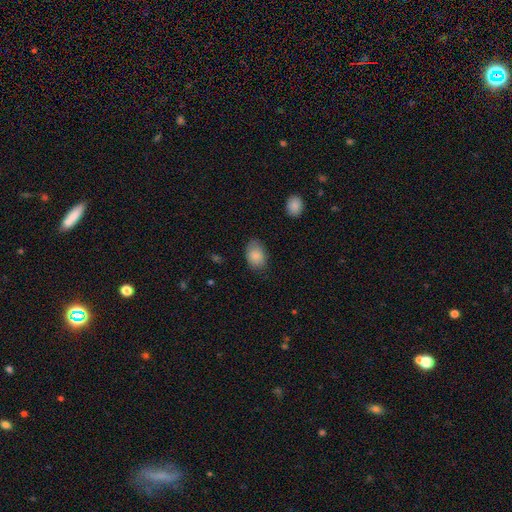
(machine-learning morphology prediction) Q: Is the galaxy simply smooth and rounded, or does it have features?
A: smooth — 87%.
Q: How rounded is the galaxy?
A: in between — 83%.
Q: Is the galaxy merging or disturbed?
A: none — 74%.